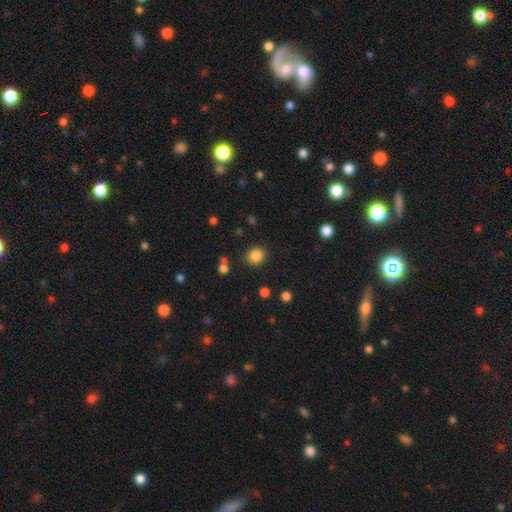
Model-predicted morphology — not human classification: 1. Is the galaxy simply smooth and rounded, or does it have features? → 85% smooth, 11% star or artifact, 4% featured or disk.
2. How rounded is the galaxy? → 77% round, 22% in between, 1% cigar-shaped.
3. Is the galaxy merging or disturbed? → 87% none, 8% minor disturbance, 3% major disturbance, 3% merger.